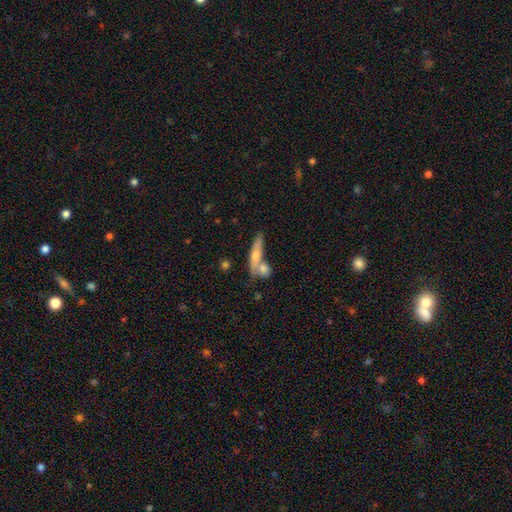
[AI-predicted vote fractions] Smooth or featured?
  - smooth: 50% *
  - featured or disk: 42%
  - star or artifact: 8%
Merging?
  - none: 49% *
  - merger: 36%
  - minor disturbance: 11%
  - major disturbance: 5%